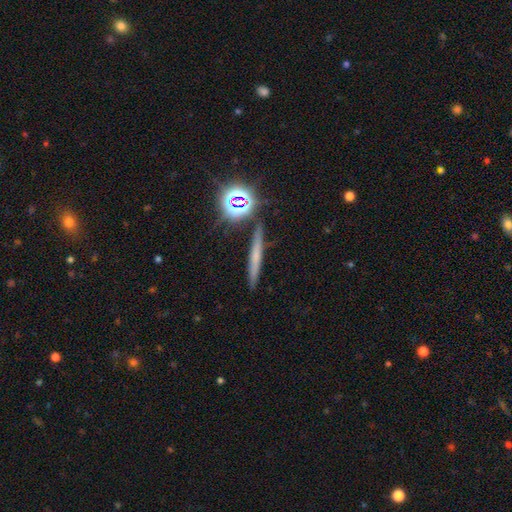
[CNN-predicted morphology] smooth 48%, featured or disk 33%, star or artifact 19%. Down the decision tree: merging — none (88%).